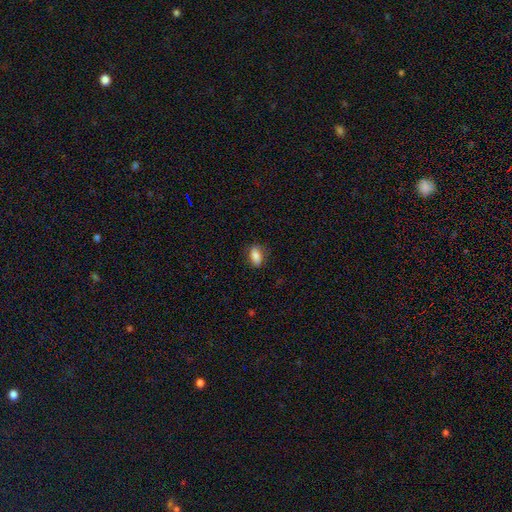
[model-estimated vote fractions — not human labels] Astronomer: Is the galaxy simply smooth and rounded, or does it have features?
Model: smooth — 83%.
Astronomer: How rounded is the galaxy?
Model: in between — 86%.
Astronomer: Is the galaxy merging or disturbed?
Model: none — 78%.